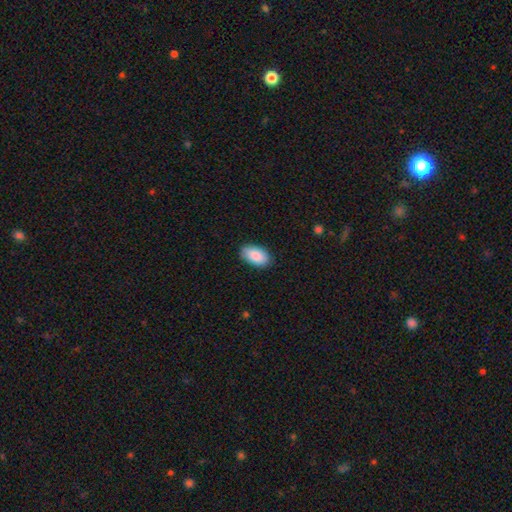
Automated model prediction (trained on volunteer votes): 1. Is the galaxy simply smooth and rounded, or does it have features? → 88% smooth, 6% featured or disk, 6% star or artifact.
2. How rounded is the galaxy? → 95% in between, 4% round, 2% cigar-shaped.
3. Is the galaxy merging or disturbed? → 87% none, 10% minor disturbance, 2% major disturbance, 1% merger.